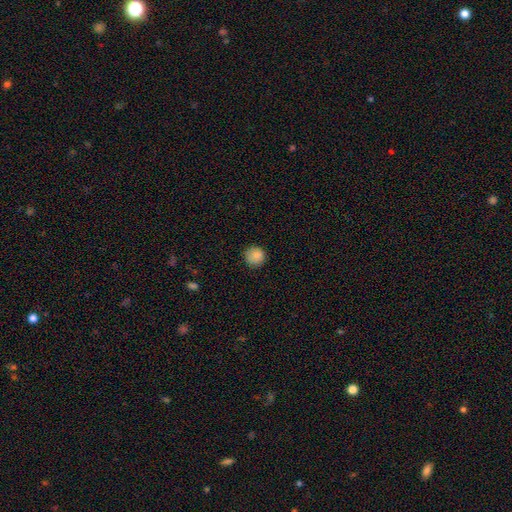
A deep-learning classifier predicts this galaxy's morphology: Q: Smooth or featured?
A: smooth (86%); runner-up: star or artifact (9%)
Q: How rounded?
A: round (94%); runner-up: in between (6%)
Q: Merging?
A: none (87%); runner-up: minor disturbance (10%)